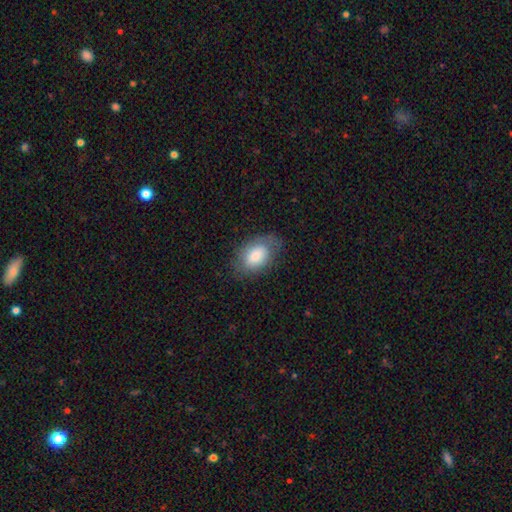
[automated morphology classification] smooth 79%, featured or disk 15%, star or artifact 7%. Down the decision tree: how rounded — in between (88%); merging — none (73%).